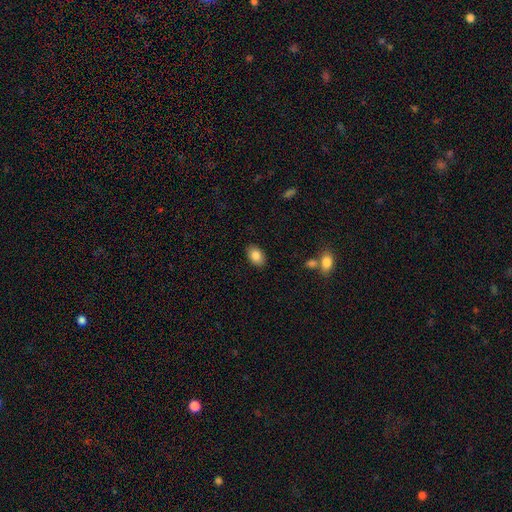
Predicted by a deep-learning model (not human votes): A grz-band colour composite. It shows a smooth galaxy with no disk features (84%) that is in between round and cigar-shaped (87%). Merging: none (88%).